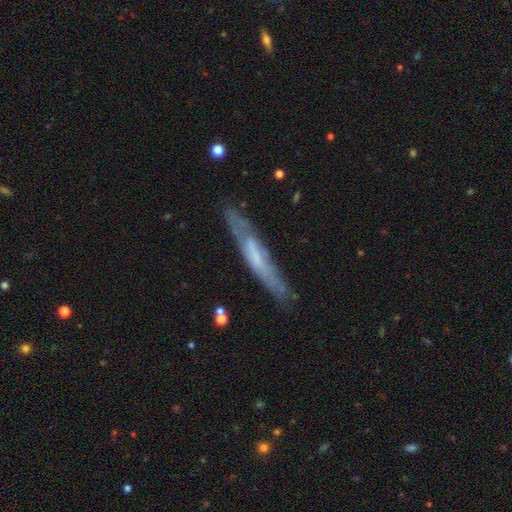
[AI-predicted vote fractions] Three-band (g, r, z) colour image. It shows a featured or disk galaxy (56%) viewed edge-on (72%). Merging: none (76%).